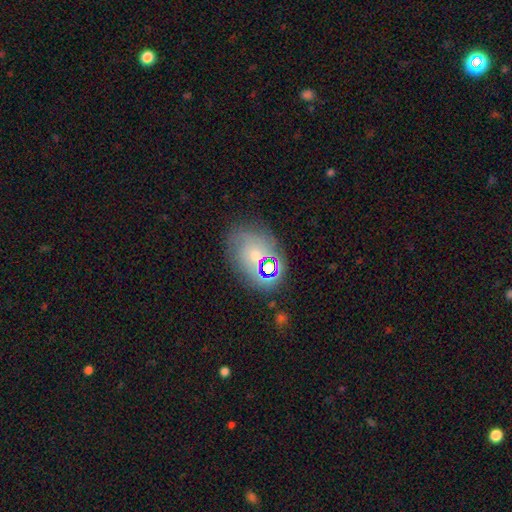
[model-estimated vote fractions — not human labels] Morphology: type=featured or disk (41%); merging=none (72%).